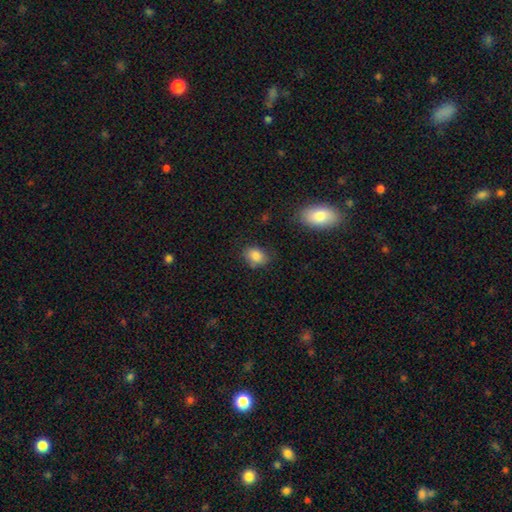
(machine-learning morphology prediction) Smooth or featured?
  - smooth: 84% *
  - star or artifact: 10%
  - featured or disk: 6%
How rounded?
  - in between: 67% *
  - round: 32%
  - cigar-shaped: 1%
Merging?
  - none: 73% *
  - minor disturbance: 19%
  - major disturbance: 5%
  - merger: 3%